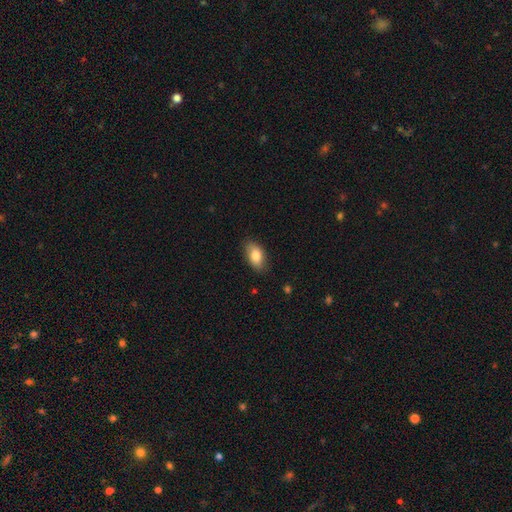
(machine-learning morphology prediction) smooth_or_featured: smooth (p=0.82) [alt: featured or disk p=0.11]
how_rounded: in between (p=0.92) [alt: round p=0.05]
merging: none (p=0.82) [alt: minor disturbance p=0.14]